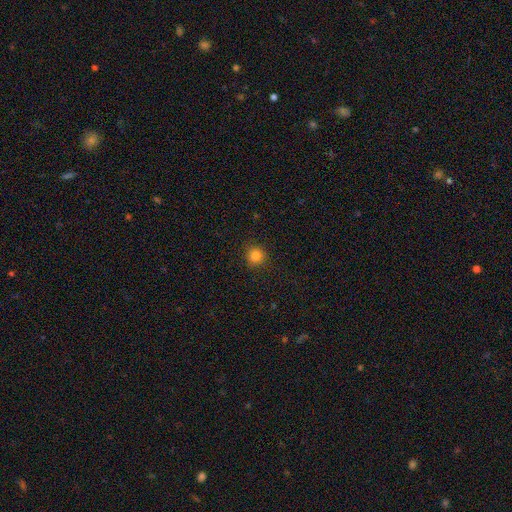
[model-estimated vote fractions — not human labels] smooth_or_featured: smooth (p=0.83) [alt: star or artifact p=0.13]
how_rounded: round (p=0.92) [alt: in between p=0.07]
merging: none (p=0.91) [alt: minor disturbance p=0.06]